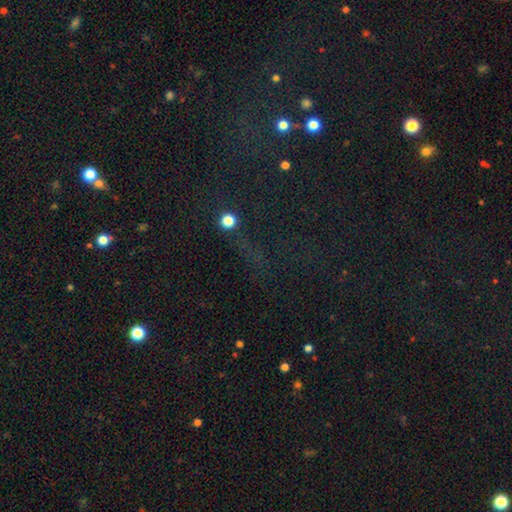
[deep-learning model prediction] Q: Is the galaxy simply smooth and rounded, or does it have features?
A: star or artifact — 71%.